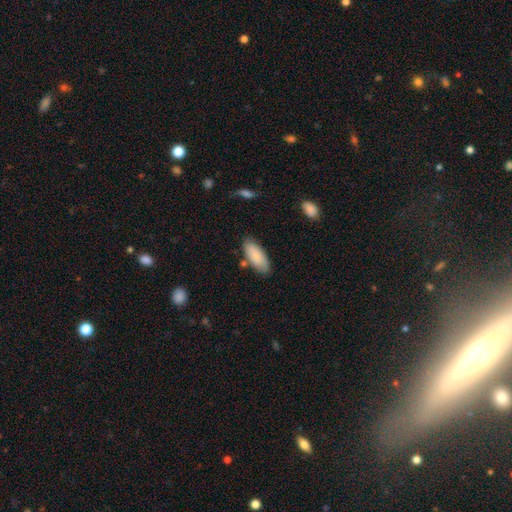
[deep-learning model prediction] Smooth or featured: smooth — 81% (featured or disk — 13%)
How rounded: in between — 84% (cigar-shaped — 14%)
Merging: none — 77% (minor disturbance — 16%)